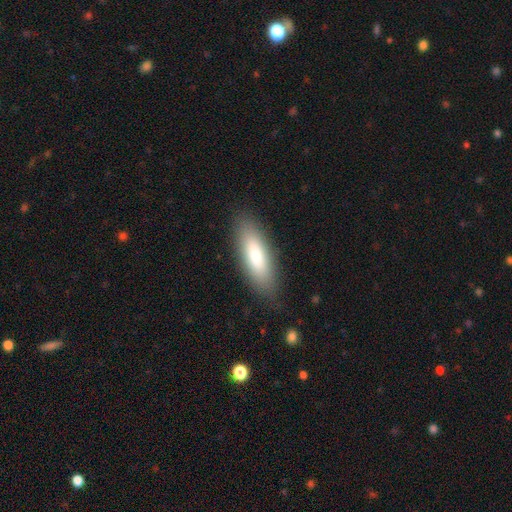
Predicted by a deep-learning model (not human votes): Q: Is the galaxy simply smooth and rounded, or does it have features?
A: smooth — 78%.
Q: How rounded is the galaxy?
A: in between — 60%.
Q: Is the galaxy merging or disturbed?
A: none — 86%.